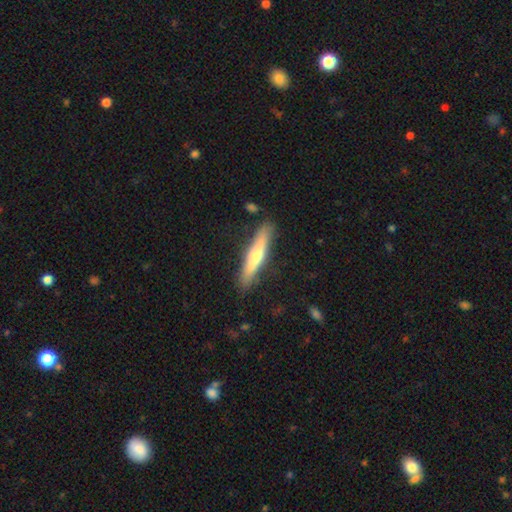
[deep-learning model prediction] The model was most divided on "smooth or featured": smooth: 49%, featured or disk: 45%, star or artifact: 6%. More confident: merging — none (86%).